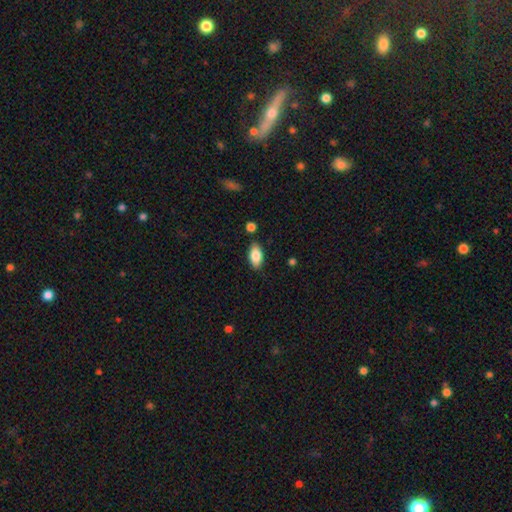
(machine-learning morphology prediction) The model was most divided on "smooth or featured": smooth: 83%, featured or disk: 10%, star or artifact: 7%. More confident: how rounded — in between (92%); merging — none (85%).